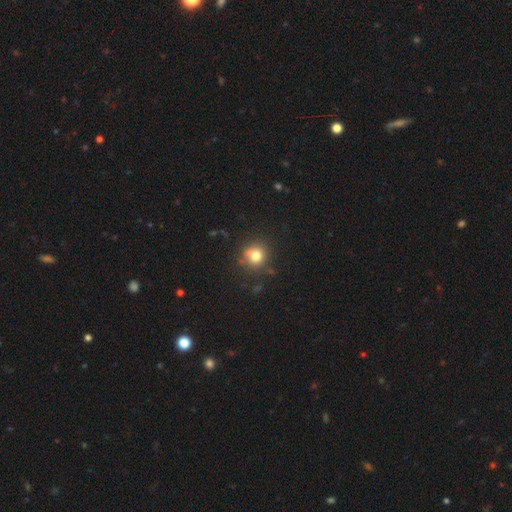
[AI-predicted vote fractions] Overall: smooth (77%). How rounded: round (88%). Merging: none (76%).